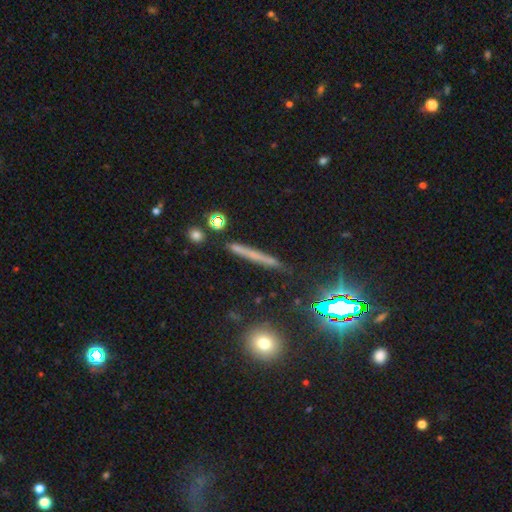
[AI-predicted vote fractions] smooth_or_featured: smooth (p=0.45) [alt: featured or disk p=0.37]
merging: none (p=0.84) [alt: minor disturbance p=0.11]